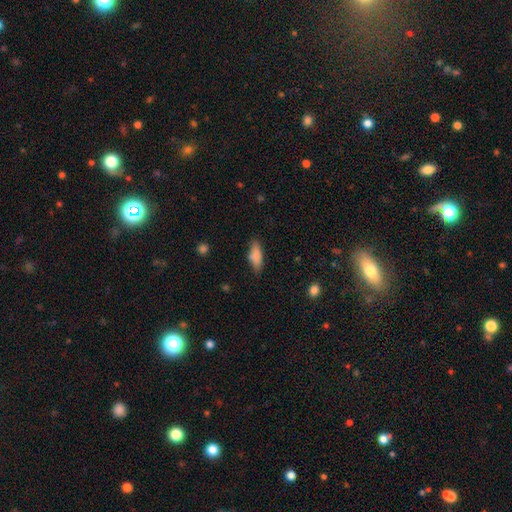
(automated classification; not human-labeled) This appears to be a smooth galaxy with no disk features (83%) that is in between round and cigar-shaped (70%). Merging: none (75%).